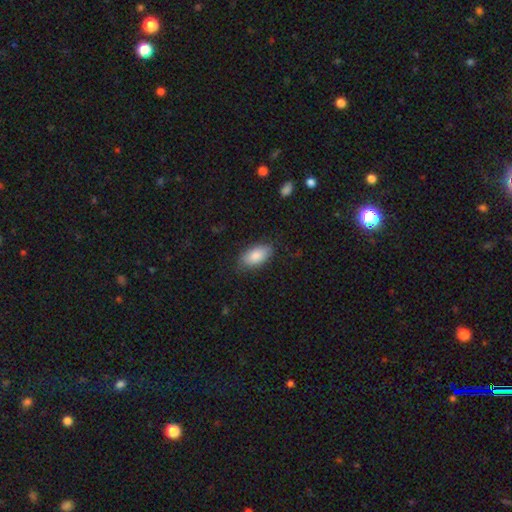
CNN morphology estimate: smooth_or_featured: smooth (p=0.84) [alt: featured or disk p=0.09]
how_rounded: in between (p=0.93) [alt: cigar-shaped p=0.04]
merging: none (p=0.82) [alt: minor disturbance p=0.14]